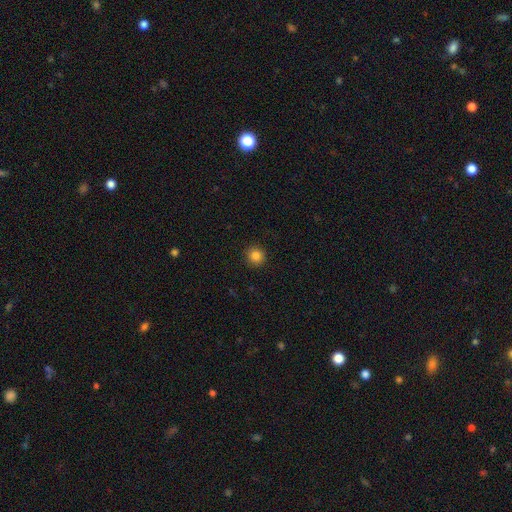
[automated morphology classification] smooth_or_featured: smooth (p=0.85) [alt: star or artifact p=0.11]
how_rounded: round (p=0.93) [alt: in between p=0.06]
merging: none (p=0.92) [alt: minor disturbance p=0.05]